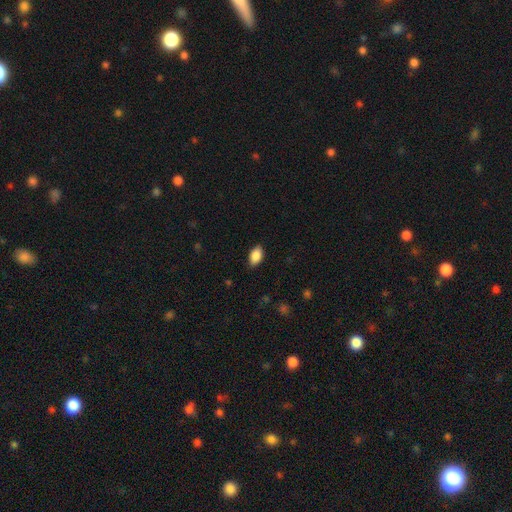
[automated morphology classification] type=smooth (87%); roundness=in between (92%); merging=none (85%).